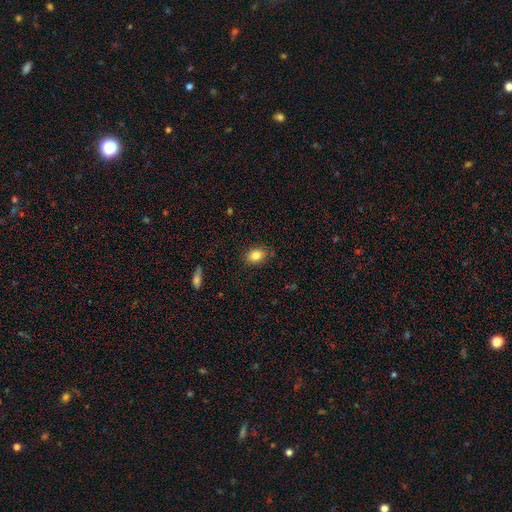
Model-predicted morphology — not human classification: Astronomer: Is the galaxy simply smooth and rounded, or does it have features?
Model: smooth — 83%.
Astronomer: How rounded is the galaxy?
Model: in between — 69%.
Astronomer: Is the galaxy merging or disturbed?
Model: none — 82%.